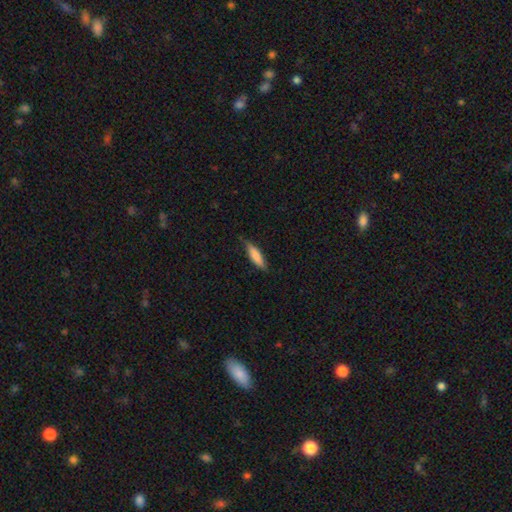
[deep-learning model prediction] A smooth galaxy with no disk features (79%) that is cigar-shaped (60%). Merging: none (73%).